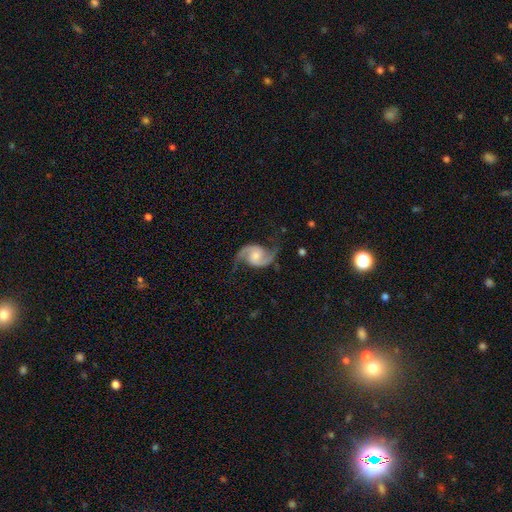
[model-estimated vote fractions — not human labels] The model was most divided on "spiral winding" (2-way tie): loose: 45%, medium: 45%, tight: 10%. Remaining: spiral arms — yes (98%); edge-on disk — no (98%); spiral arm count — 2 (95%); smooth or featured — featured or disk (91%); merging — none (78%); bar — no (58%); bulge size — moderate (44%).